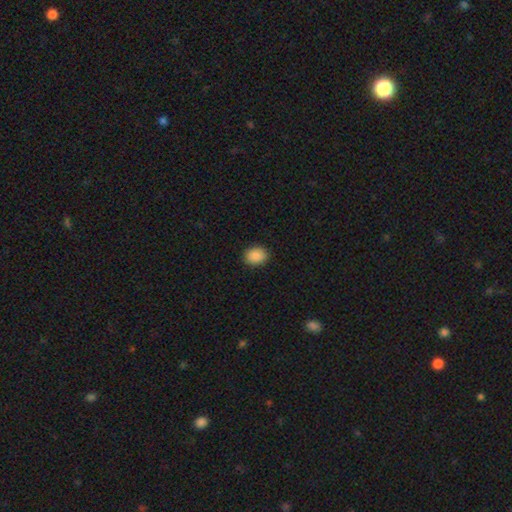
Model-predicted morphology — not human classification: Overall: smooth (89%). How rounded: in between (54%; round 46%). Merging: none (90%).